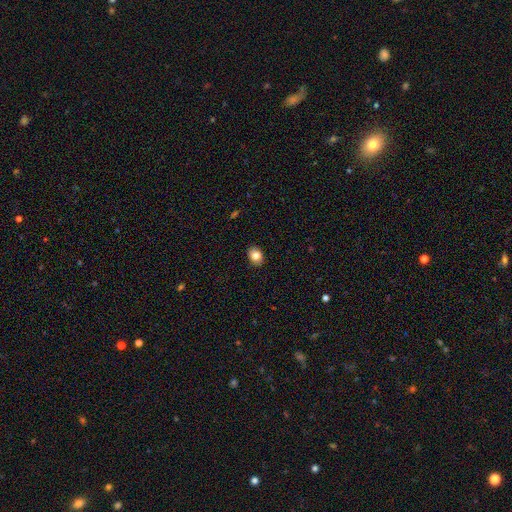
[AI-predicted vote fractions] Morphology: type=smooth (83%); roundness=in between (63%); merging=none (90%).